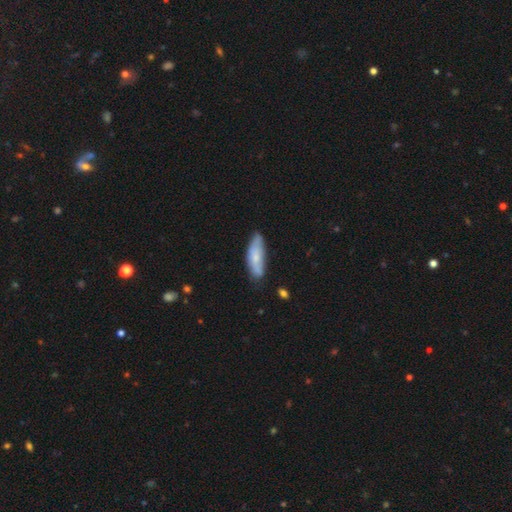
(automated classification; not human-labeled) A smooth galaxy with no disk features (71%) that is in between round and cigar-shaped (60%). Merging: none (62%).